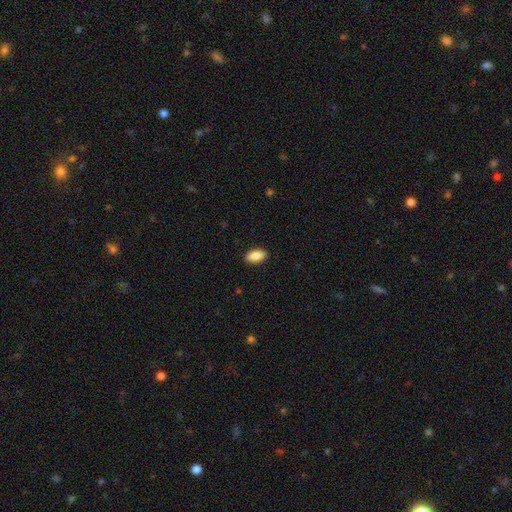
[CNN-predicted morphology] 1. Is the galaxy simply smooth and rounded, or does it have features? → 88% smooth, 6% star or artifact, 5% featured or disk.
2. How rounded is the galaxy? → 92% in between, 5% cigar-shaped, 3% round.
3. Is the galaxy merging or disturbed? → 90% none, 8% minor disturbance, 2% major disturbance, 1% merger.